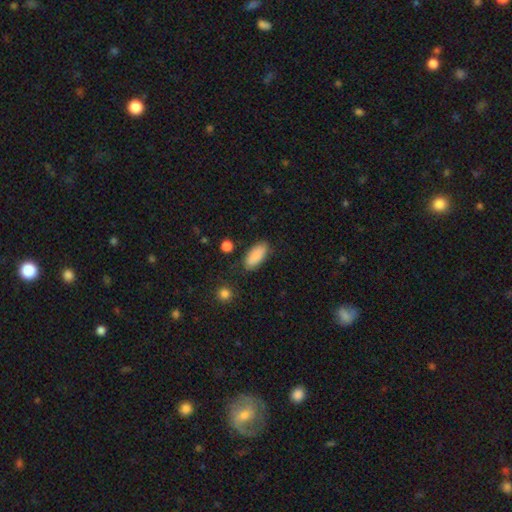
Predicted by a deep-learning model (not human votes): Smooth or featured?
  - smooth: 87% *
  - star or artifact: 7%
  - featured or disk: 6%
How rounded?
  - in between: 86% *
  - cigar-shaped: 11%
  - round: 2%
Merging?
  - none: 78% *
  - minor disturbance: 16%
  - major disturbance: 4%
  - merger: 3%